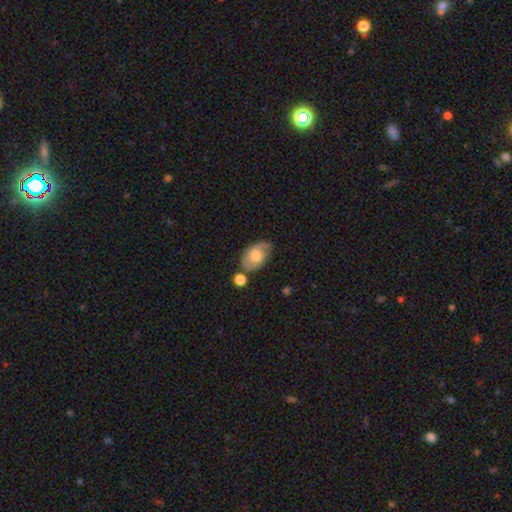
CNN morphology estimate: Smooth or featured?
  - featured or disk: 49% *
  - smooth: 43%
  - star or artifact: 8%
Merging?
  - none: 56% *
  - minor disturbance: 26%
  - major disturbance: 9%
  - merger: 9%